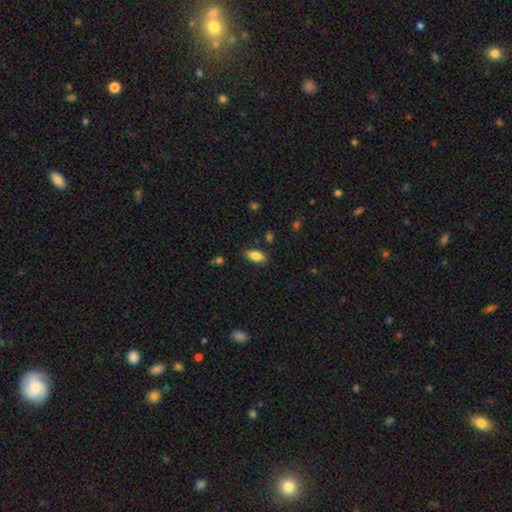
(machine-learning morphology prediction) Smooth or featured: smooth — 84% (featured or disk — 8%)
How rounded: in between — 86% (cigar-shaped — 11%)
Merging: none — 84% (minor disturbance — 12%)